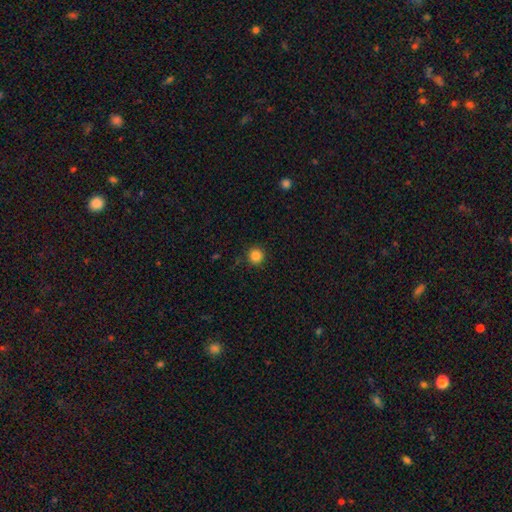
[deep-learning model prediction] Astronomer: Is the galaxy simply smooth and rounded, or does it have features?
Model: smooth — 85%.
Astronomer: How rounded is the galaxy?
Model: round — 95%.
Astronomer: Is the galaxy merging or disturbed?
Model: none — 89%.